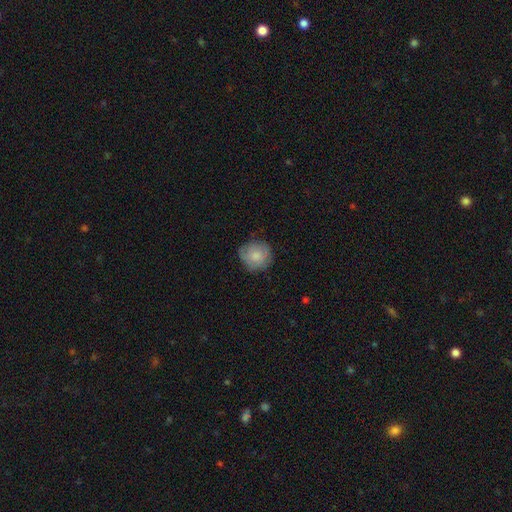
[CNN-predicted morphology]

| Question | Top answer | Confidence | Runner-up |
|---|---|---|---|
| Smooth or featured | smooth | 75% | featured or disk (18%) |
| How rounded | round | 87% | in between (13%) |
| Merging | none | 75% | minor disturbance (20%) |